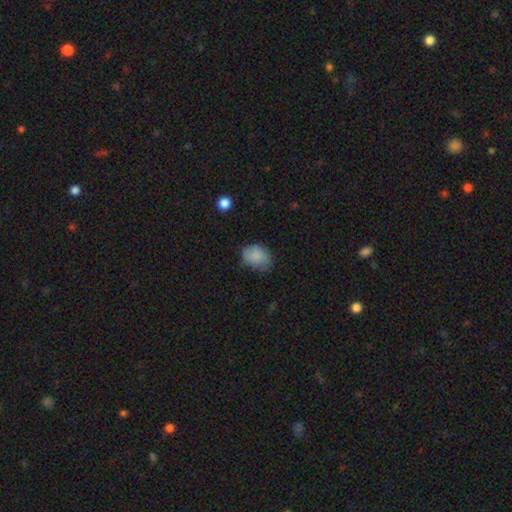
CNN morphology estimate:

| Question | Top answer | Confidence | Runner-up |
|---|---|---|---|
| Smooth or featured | smooth | 85% | star or artifact (8%) |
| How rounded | in between | 70% | round (29%) |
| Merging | none | 60% | minor disturbance (31%) |